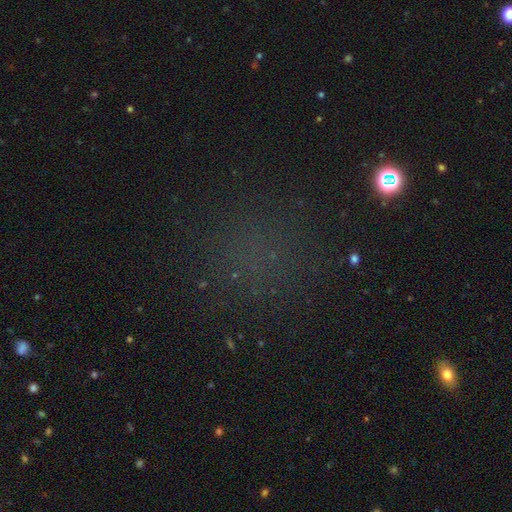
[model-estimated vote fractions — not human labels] smooth-or-featured: star or artifact: 47% | smooth: 44% | featured or disk: 9%